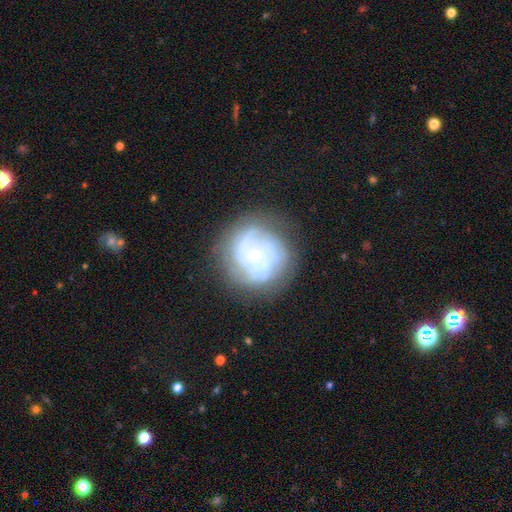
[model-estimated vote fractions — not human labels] smooth-or-featured: featured or disk: 70% | smooth: 22% | star or artifact: 9%
  disk-edge-on: no: 98% | yes: 2%
    bar: no: 77% | weak: 19% | strong: 4%
    has-spiral-arms: yes: 79% | no: 21%
      spiral-winding: tight: 61% | medium: 29% | loose: 11%
      spiral-arm-count: can't tell: 43% | 3: 19% | 2: 13% | 4: 13% | more than 4: 6% | 1: 6%
    bulge-size: small: 66% | moderate: 16% | none: 13% | large: 3% | dominant: 1%
  merging: none: 72% | minor disturbance: 16% | major disturbance: 10% | merger: 2%